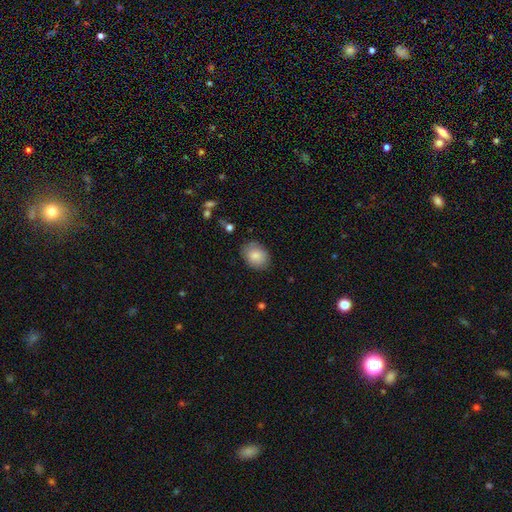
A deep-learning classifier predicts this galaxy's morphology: A smooth galaxy with no disk features (85%) that is in between round and cigar-shaped (65%). Merging: none (83%).